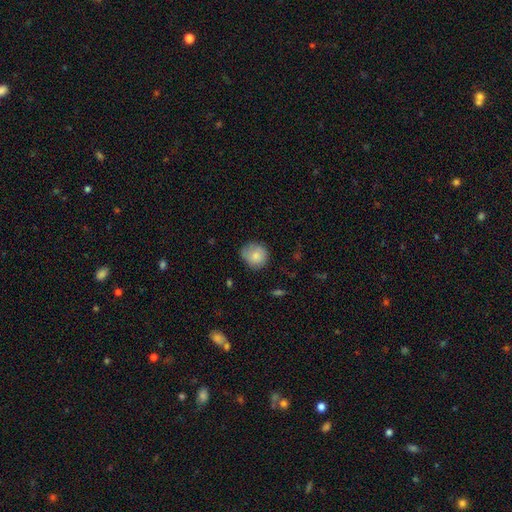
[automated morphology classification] This is clearly a smooth galaxy (81%). How rounded: clearly round (83%). Merging: likely none (68%).